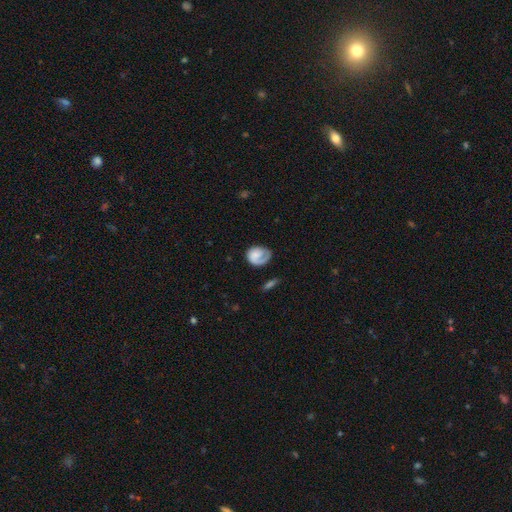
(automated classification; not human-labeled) A featured or disk galaxy (47%). Merging: none (52%).